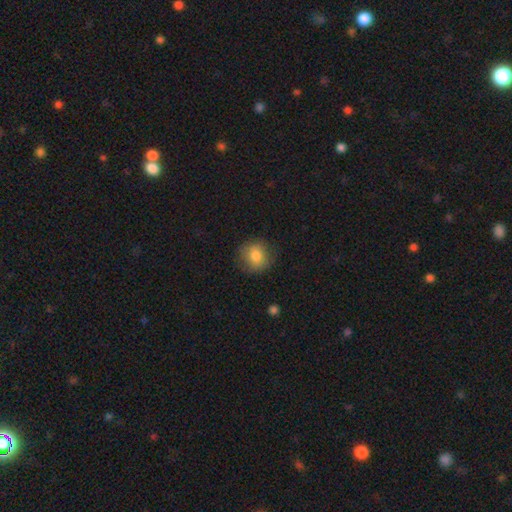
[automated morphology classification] Smooth or featured? Predicted: smooth (p=0.79). How rounded? Predicted: round (p=0.84). Merging? Predicted: none (p=0.80).